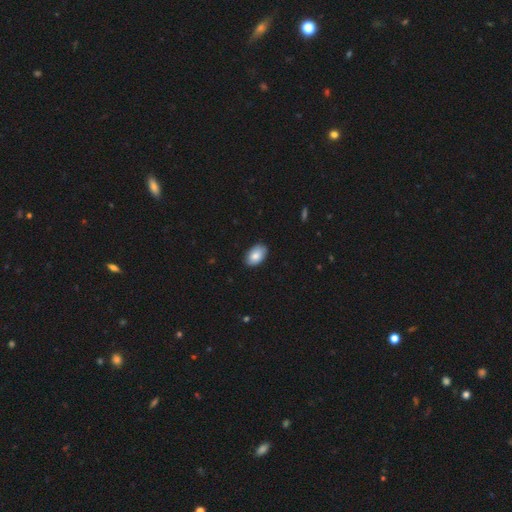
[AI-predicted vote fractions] smooth-or-featured: smooth: 84% | featured or disk: 9% | star or artifact: 7%
  how-rounded: in between: 93% | round: 6% | cigar-shaped: 1%
  merging: none: 87% | minor disturbance: 10% | major disturbance: 2% | merger: 1%